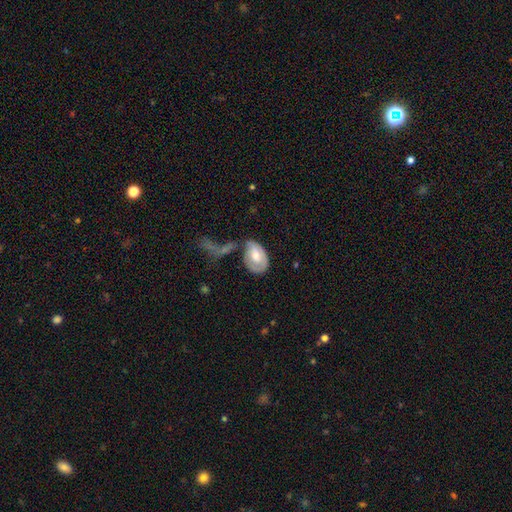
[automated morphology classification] The model was most divided on "merging": none: 34%, minor disturbance: 26%, major disturbance: 23%, merger: 17%. More confident: how rounded — in between (83%); smooth or featured — smooth (55%).